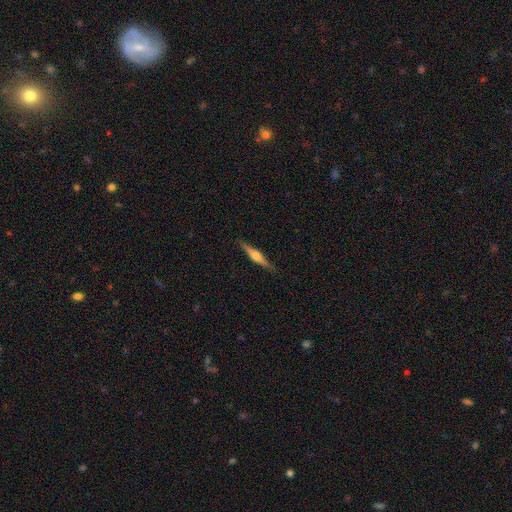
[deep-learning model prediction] A featured or disk galaxy (71%) viewed edge-on (98%) with a rounded central bulge (89%). Merging: none (90%).